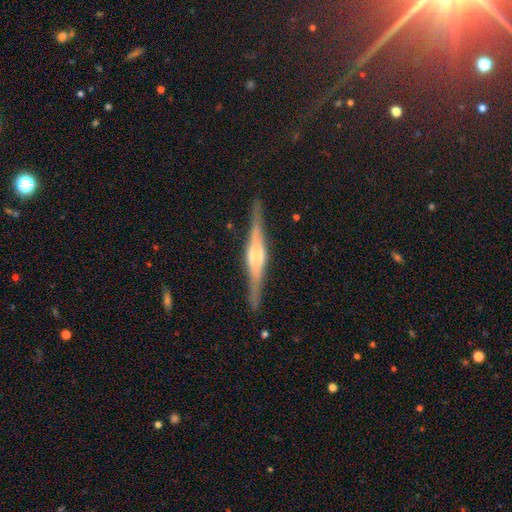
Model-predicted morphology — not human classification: smooth-or-featured: featured or disk: 83% | smooth: 12% | star or artifact: 6%
  disk-edge-on: yes: 98% | no: 2%
    edge-on-bulge: rounded: 63% | boxy: 31% | none: 7%
  merging: none: 87% | minor disturbance: 9% | major disturbance: 2% | merger: 1%